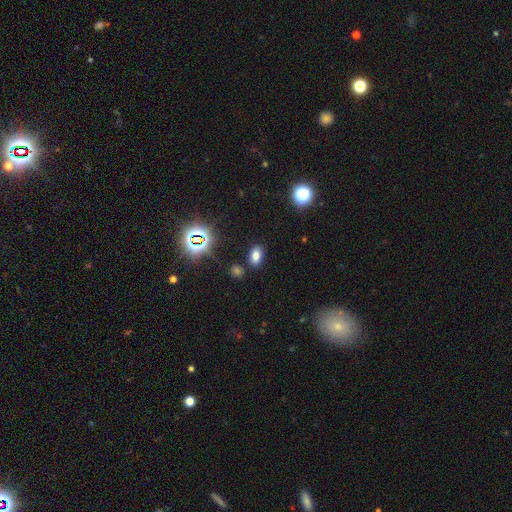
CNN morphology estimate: Smooth or featured? Predicted: smooth (p=0.70). How rounded? Predicted: in between (p=0.87). Merging? Predicted: none (p=0.85).